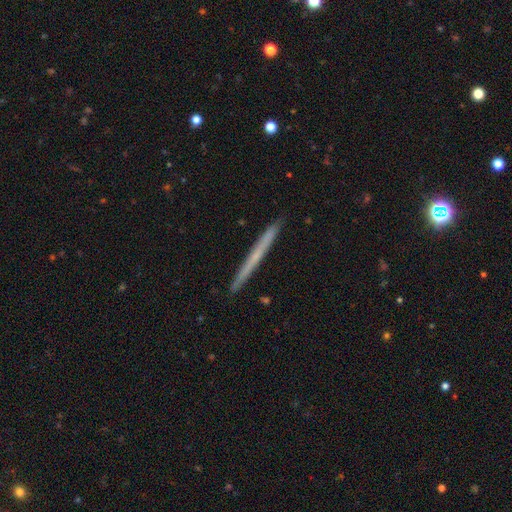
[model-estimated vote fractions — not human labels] smooth-or-featured: featured or disk: 48% | smooth: 46% | star or artifact: 6%
  merging: none: 92% | minor disturbance: 6% | major disturbance: 1% | merger: 1%